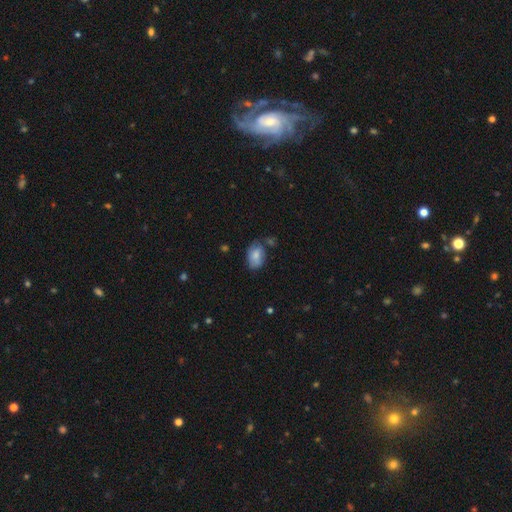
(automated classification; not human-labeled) smooth-or-featured: smooth: 74% | featured or disk: 19% | star or artifact: 8%
  how-rounded: in between: 85% | round: 14% | cigar-shaped: 1%
  merging: none: 50% | minor disturbance: 32% | major disturbance: 11% | merger: 8%